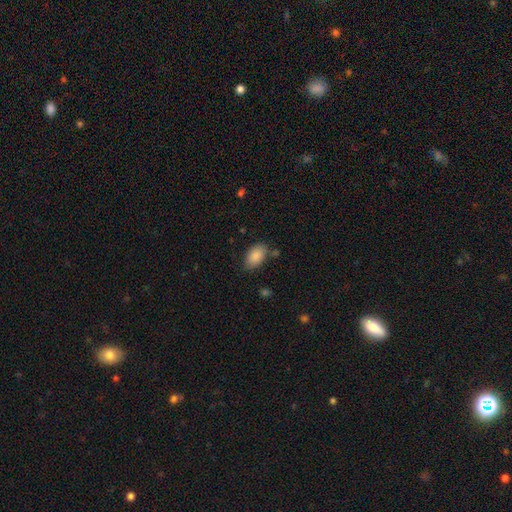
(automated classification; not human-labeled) Morphology: type=smooth (88%); roundness=in between (93%); merging=none (77%).